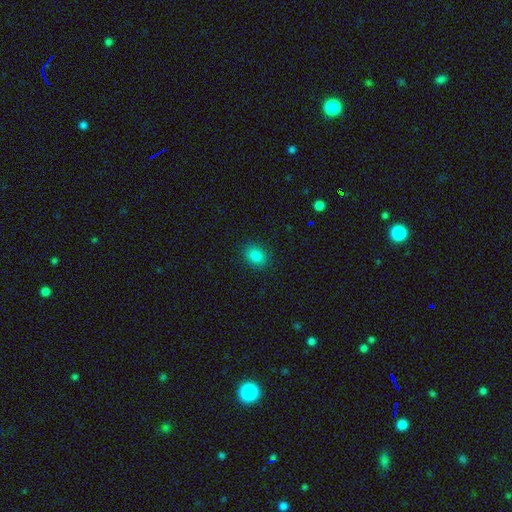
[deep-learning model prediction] Q: Smooth or featured?
A: smooth (85%); runner-up: star or artifact (12%)
Q: How rounded?
A: in between (60%); runner-up: round (39%)
Q: Merging?
A: none (87%); runner-up: minor disturbance (9%)